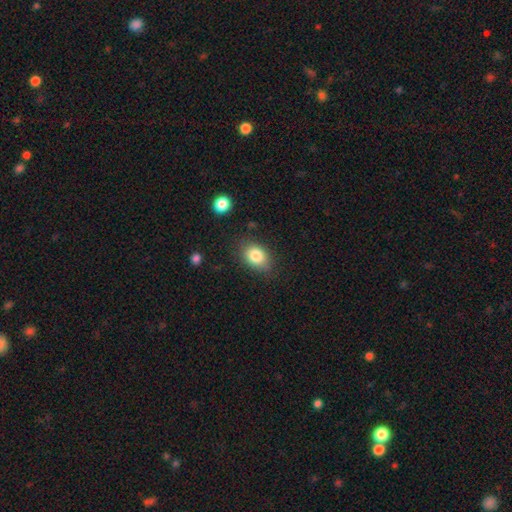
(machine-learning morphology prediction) A smooth galaxy with no disk features (83%) that is in between round and cigar-shaped (68%).

Vote fractions:
- Smooth or featured? smooth: 83% / star or artifact: 9% / featured or disk: 8%
- How rounded? in between: 68% / round: 31% / cigar-shaped: 1%
- Merging? none: 78% / minor disturbance: 15% / major disturbance: 4% / merger: 2%